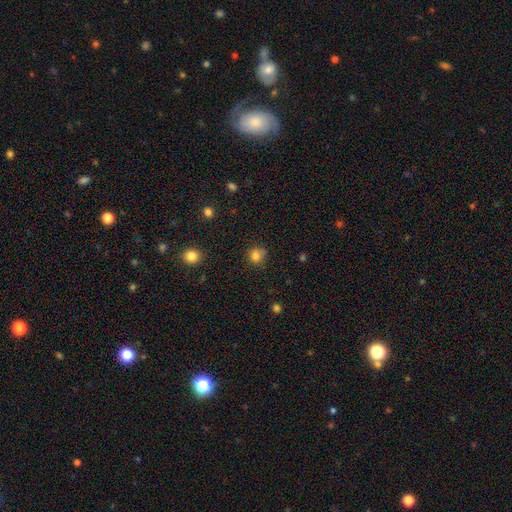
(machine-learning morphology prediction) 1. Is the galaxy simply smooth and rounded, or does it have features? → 80% smooth, 13% star or artifact, 6% featured or disk.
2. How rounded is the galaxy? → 84% round, 15% in between, 1% cigar-shaped.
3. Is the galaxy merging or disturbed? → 67% none, 21% minor disturbance, 7% merger, 6% major disturbance.